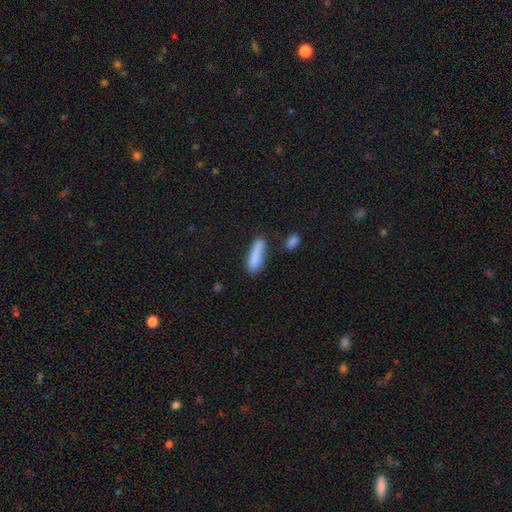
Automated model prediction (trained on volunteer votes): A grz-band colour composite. It shows a smooth galaxy with no disk features (83%) that is cigar-shaped (65%). Merging: none (60%).